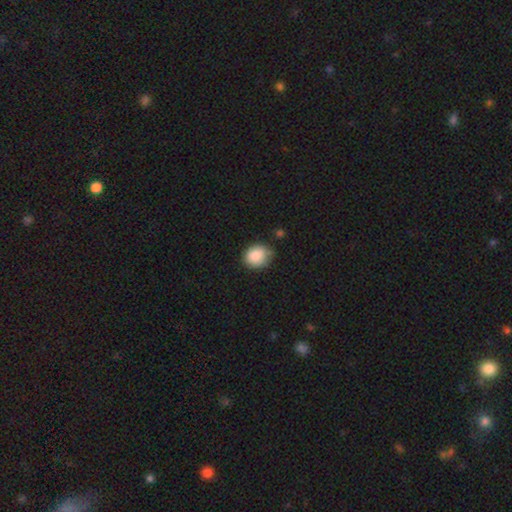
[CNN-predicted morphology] Overall: smooth (87%). How rounded: round (59%; in between 40%). Merging: none (64%; minor disturbance 28%).